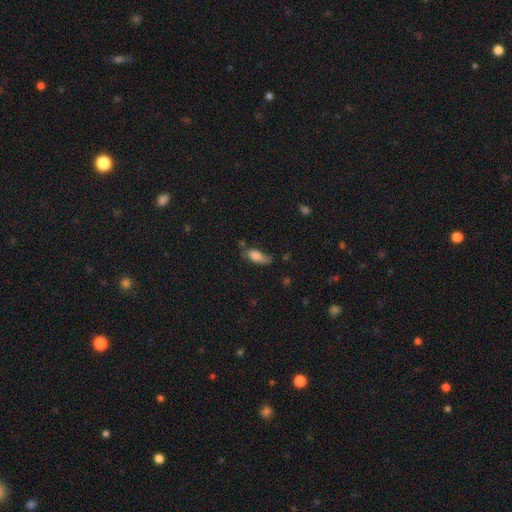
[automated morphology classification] This is likely a smooth galaxy (75%). How rounded: likely in between (77%). Merging: possibly none (47%).